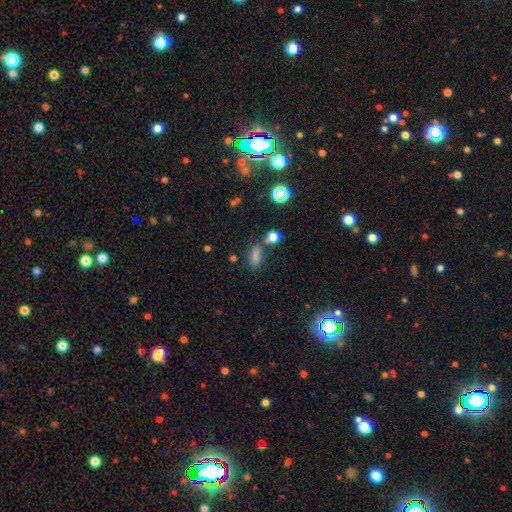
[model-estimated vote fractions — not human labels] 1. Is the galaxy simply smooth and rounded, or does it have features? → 76% smooth, 17% star or artifact, 6% featured or disk.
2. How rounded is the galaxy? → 79% in between, 10% cigar-shaped, 10% round.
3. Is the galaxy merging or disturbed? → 62% none, 18% minor disturbance, 12% merger, 7% major disturbance.